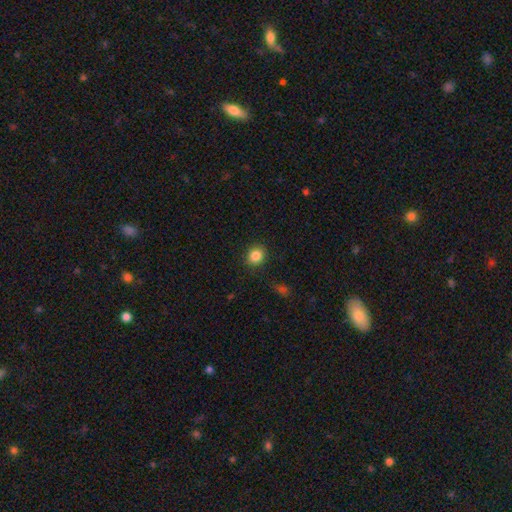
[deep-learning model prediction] This is clearly a smooth galaxy (85%). How rounded: clearly round (81%). Merging: clearly none (89%).